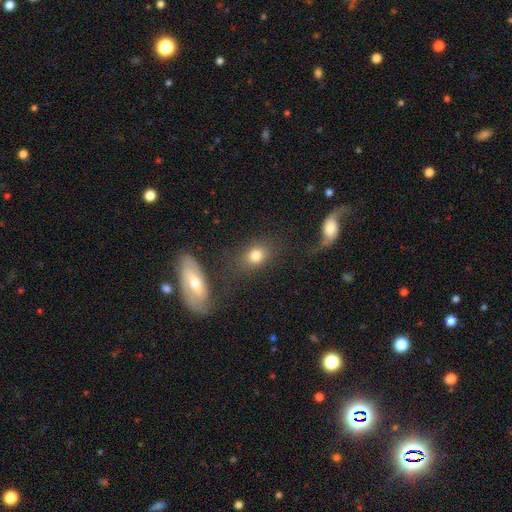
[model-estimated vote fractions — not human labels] A smooth galaxy with no disk features (78%) that is in between round and cigar-shaped (58%). Merging: none (69%).